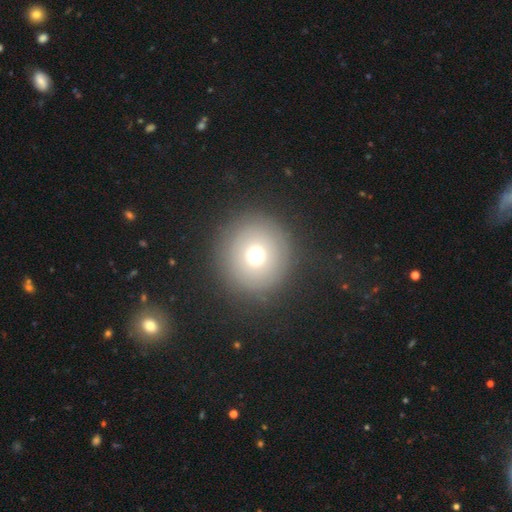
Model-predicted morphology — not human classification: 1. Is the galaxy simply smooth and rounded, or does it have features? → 67% smooth, 17% featured or disk, 17% star or artifact.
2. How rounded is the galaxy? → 93% round, 6% in between, 1% cigar-shaped.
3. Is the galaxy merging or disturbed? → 85% none, 8% minor disturbance, 5% major disturbance, 2% merger.